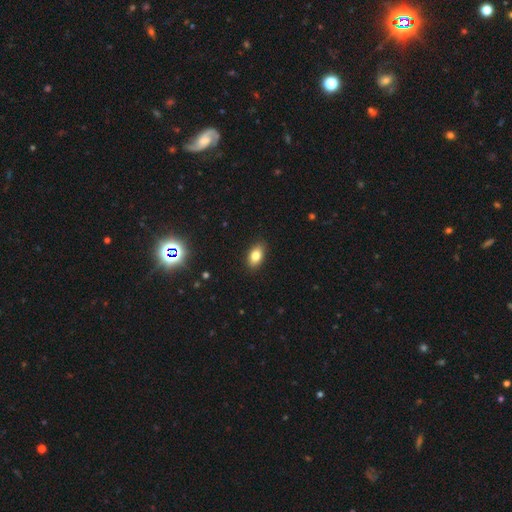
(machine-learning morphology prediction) Smooth or featured? Predicted: smooth (p=0.82). How rounded? Predicted: in between (p=0.89). Merging? Predicted: none (p=0.88).